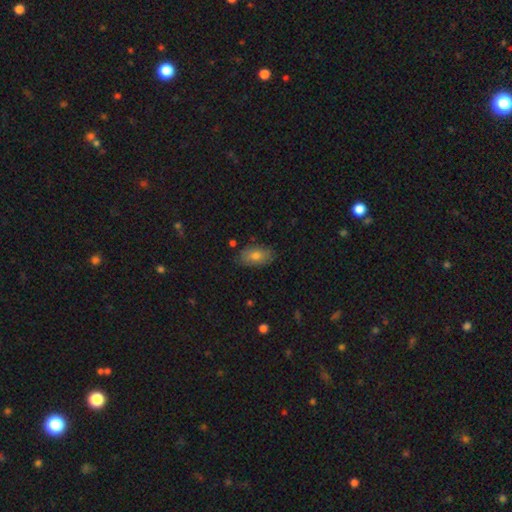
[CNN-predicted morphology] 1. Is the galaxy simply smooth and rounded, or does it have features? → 75% smooth, 16% featured or disk, 9% star or artifact.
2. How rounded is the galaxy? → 91% in between, 6% round, 3% cigar-shaped.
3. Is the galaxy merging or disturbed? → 83% none, 13% minor disturbance, 2% major disturbance, 1% merger.